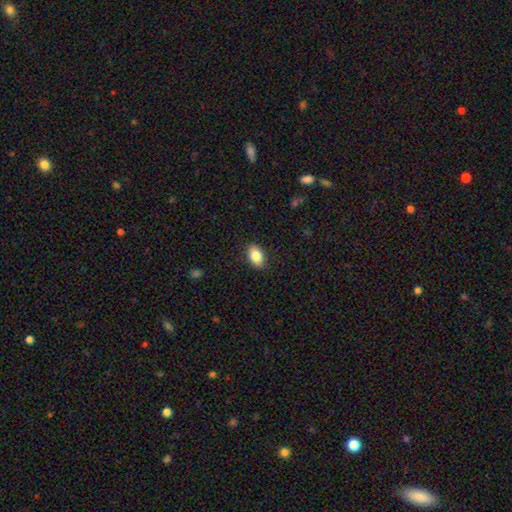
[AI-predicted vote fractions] A smooth galaxy with no disk features (85%) that is in between round and cigar-shaped (90%).

Vote fractions:
- Smooth or featured? smooth: 85% / star or artifact: 8% / featured or disk: 7%
- How rounded? in between: 90% / round: 9% / cigar-shaped: 2%
- Merging? none: 89% / minor disturbance: 8% / major disturbance: 2% / merger: 1%